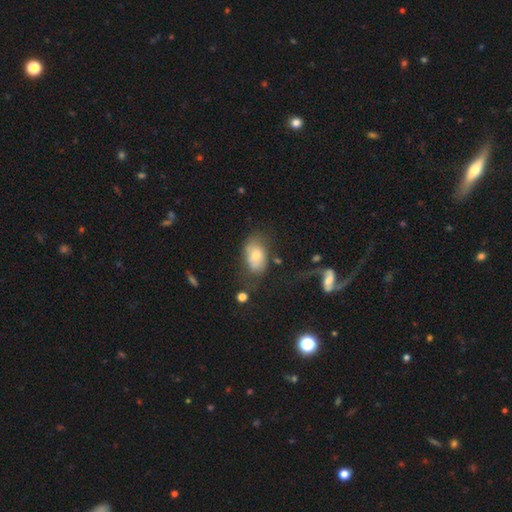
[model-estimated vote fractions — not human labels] smooth-or-featured: smooth: 60% | featured or disk: 30% | star or artifact: 9%
  how-rounded: in between: 87% | round: 12% | cigar-shaped: 2%
  merging: none: 52% | minor disturbance: 23% | major disturbance: 17% | merger: 8%